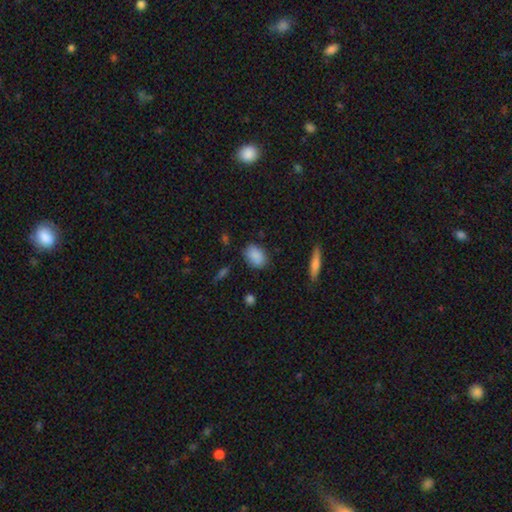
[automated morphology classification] This is clearly a smooth galaxy (87%). How rounded: likely in between (80%). Merging: likely none (80%).